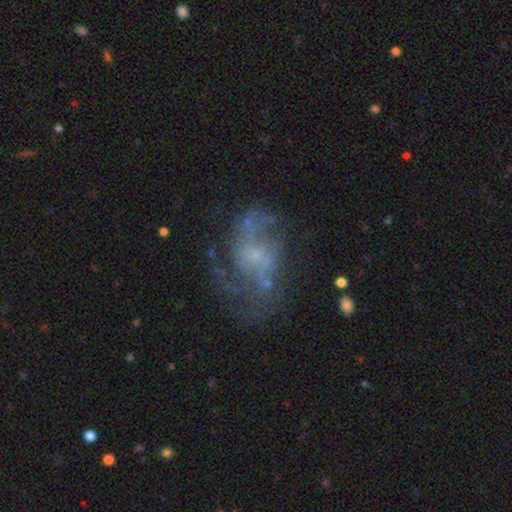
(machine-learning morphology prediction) Smooth or featured?
  - featured or disk: 77% *
  - star or artifact: 11%
  - smooth: 11%
Edge-on disk?
  - no: 97% *
  - yes: 3%
Bar?
  - no: 57% *
  - weak: 36%
  - strong: 7%
Spiral arms?
  - yes: 83% *
  - no: 17%
Spiral winding?
  - medium: 45% *
  - loose: 41%
  - tight: 14%
Spiral arm count?
  - 2: 59% *
  - can't tell: 19%
  - 3: 10%
  - 1: 6%
  - 4: 3%
  - more than 4: 3%
Bulge size?
  - small: 57% *
  - none: 20%
  - moderate: 19%
  - large: 2%
  - dominant: 1%
Merging?
  - none: 55% *
  - major disturbance: 23%
  - minor disturbance: 18%
  - merger: 4%